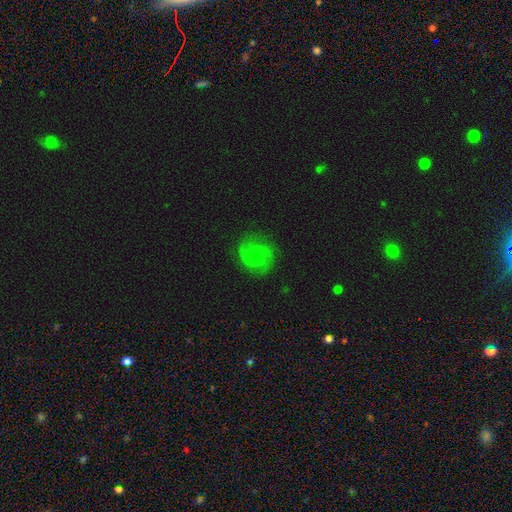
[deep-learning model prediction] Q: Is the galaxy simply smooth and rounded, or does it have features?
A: featured or disk — 75%.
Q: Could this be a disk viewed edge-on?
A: no — 98%.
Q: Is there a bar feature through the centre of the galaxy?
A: weak — 47%, tied with no.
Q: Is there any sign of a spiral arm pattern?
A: yes — 95%.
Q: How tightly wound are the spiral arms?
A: medium — 53%.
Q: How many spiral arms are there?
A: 2 — 77%.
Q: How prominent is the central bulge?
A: small — 61%.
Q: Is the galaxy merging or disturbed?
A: none — 79%.